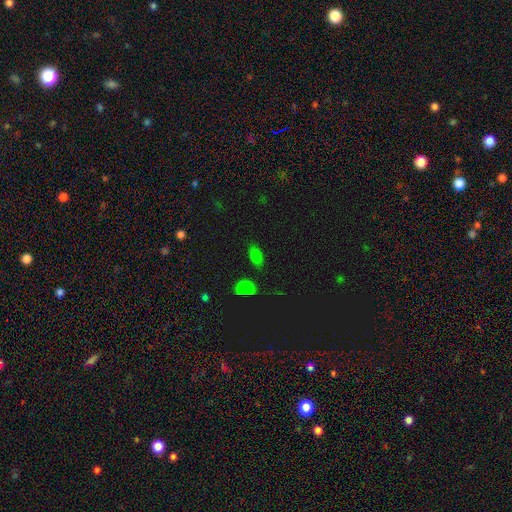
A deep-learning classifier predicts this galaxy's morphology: A smooth galaxy with no disk features (76%) that is in between round and cigar-shaped (87%). Merging: none (79%).